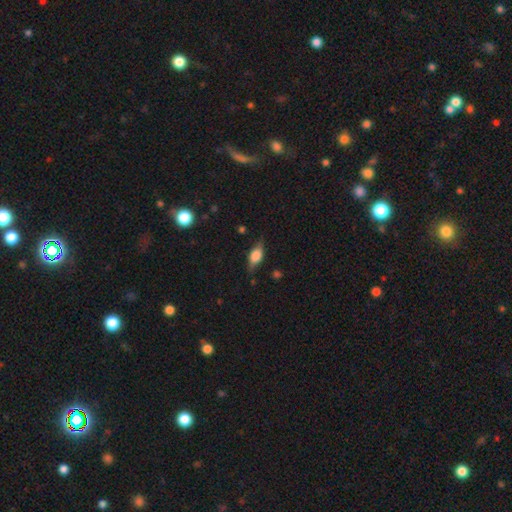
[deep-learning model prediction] Smooth or featured? smooth (62%)
How rounded? in between (79%)
Merging? none (71%)